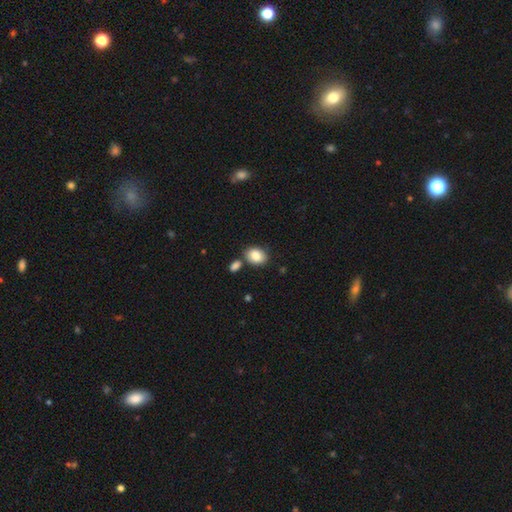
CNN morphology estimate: Smooth or featured?
  - smooth: 85% *
  - star or artifact: 8%
  - featured or disk: 7%
How rounded?
  - in between: 68% *
  - round: 31%
  - cigar-shaped: 1%
Merging?
  - none: 69% *
  - merger: 14%
  - minor disturbance: 13%
  - major disturbance: 3%